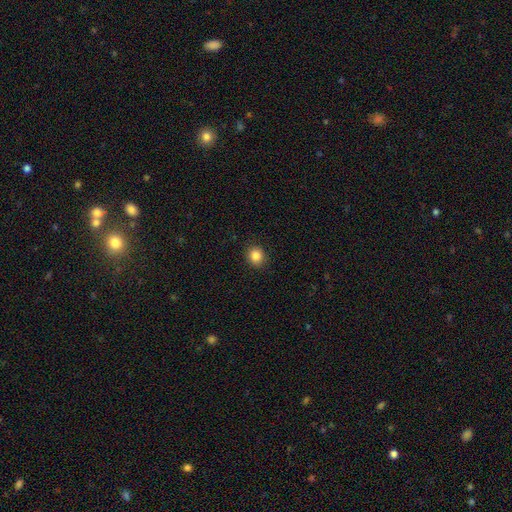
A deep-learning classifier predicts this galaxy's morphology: Smooth or featured?
  - smooth: 86% *
  - star or artifact: 10%
  - featured or disk: 4%
How rounded?
  - round: 81% *
  - in between: 18%
  - cigar-shaped: 1%
Merging?
  - none: 90% *
  - minor disturbance: 7%
  - major disturbance: 2%
  - merger: 1%